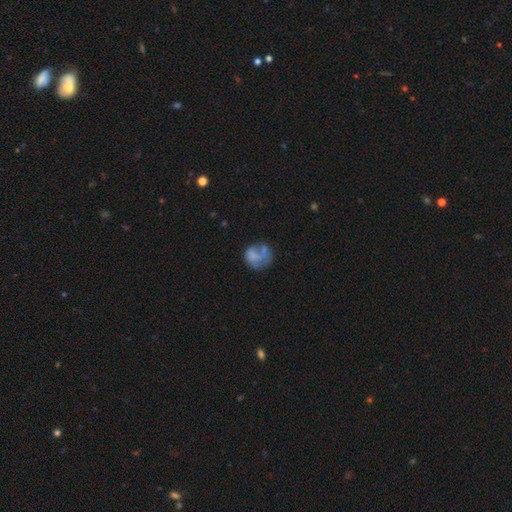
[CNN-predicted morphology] Overall: smooth (54%; featured or disk 36%). How rounded: round (73%). Merging: none (42%; major disturbance 25%).